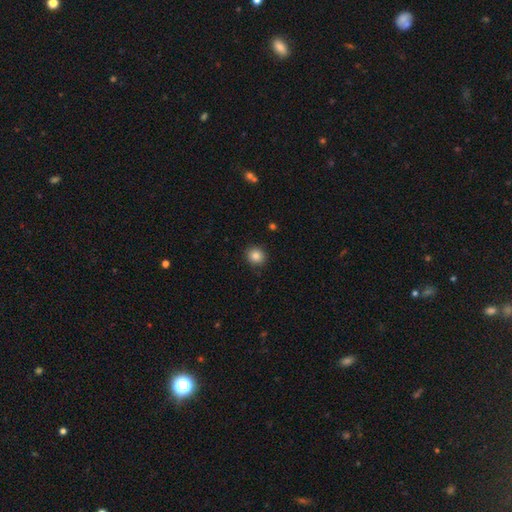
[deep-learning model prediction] Overall: smooth (85%). How rounded: round (87%). Merging: none (90%).